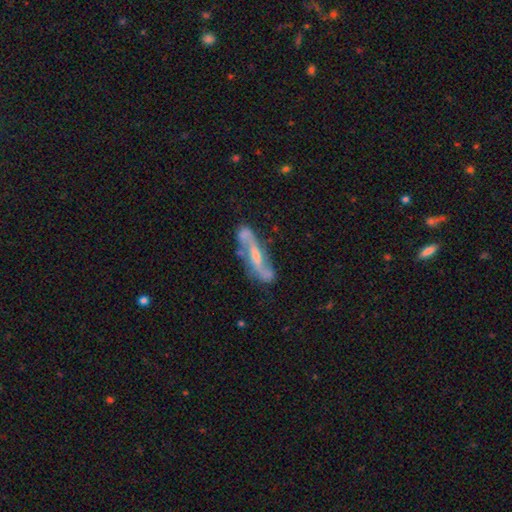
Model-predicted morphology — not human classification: A featured or disk galaxy (81%) with a strong bar (39%), 2 (90%) loose (57%) spiral arms (92%) and a small central bulge (51%).

Vote fractions:
- Smooth or featured? featured or disk: 81% / smooth: 14% / star or artifact: 6%
- Edge-on disk? no: 75% / yes: 25%
- Bar? strong: 39% / weak: 34% / no: 27%
- Spiral arms? yes: 92% / no: 8%
- Spiral winding? loose: 57% / medium: 31% / tight: 12%
- Spiral arm count? 2: 90% / can't tell: 5% / 1: 2% / 3: 1% / 4: 1% / more than 4: 1%
- Bulge size? small: 51% / moderate: 38% / none: 7% / large: 3% / dominant: 1%
- Merging? none: 69% / minor disturbance: 19% / major disturbance: 7% / merger: 6%